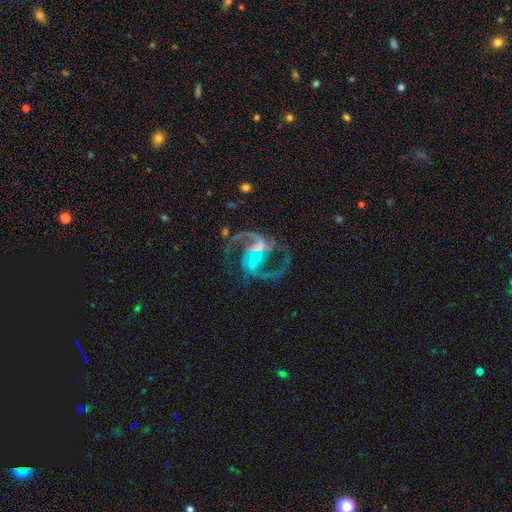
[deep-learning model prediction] Smooth or featured? Predicted: featured or disk (p=0.92). Edge-on disk? Predicted: no (p=0.98). Bar? Predicted: strong (p=0.41, tied with weak). Spiral arms? Predicted: yes (p=0.98). Spiral winding? Predicted: medium (p=0.59). Spiral arm count? Predicted: 2 (p=0.84). Bulge size? Predicted: small (p=0.55). Merging? Predicted: none (p=0.64).